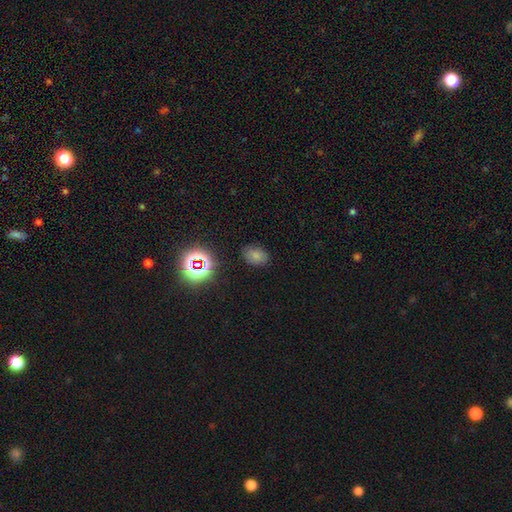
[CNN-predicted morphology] This appears to be a smooth galaxy with no disk features (73%) that is in between round and cigar-shaped (75%). Merging: none (83%).